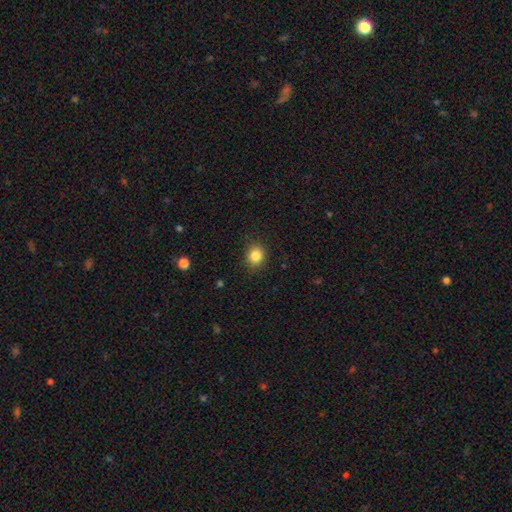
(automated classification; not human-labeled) This appears to be a smooth galaxy with no disk features (85%) that is round (73%). Merging: none (87%).